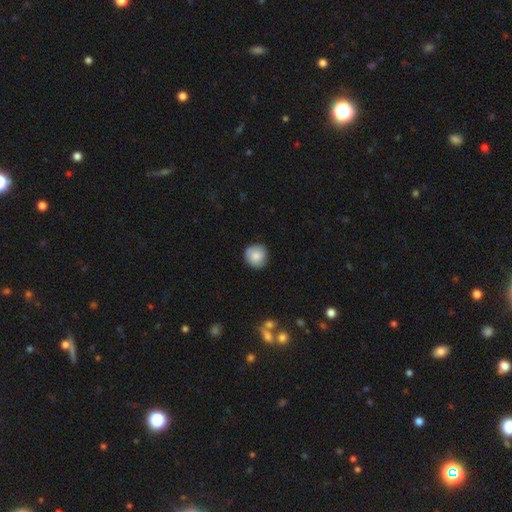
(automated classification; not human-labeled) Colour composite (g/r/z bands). It shows a smooth galaxy with no disk features (84%) that is round (92%). Merging: none (84%).